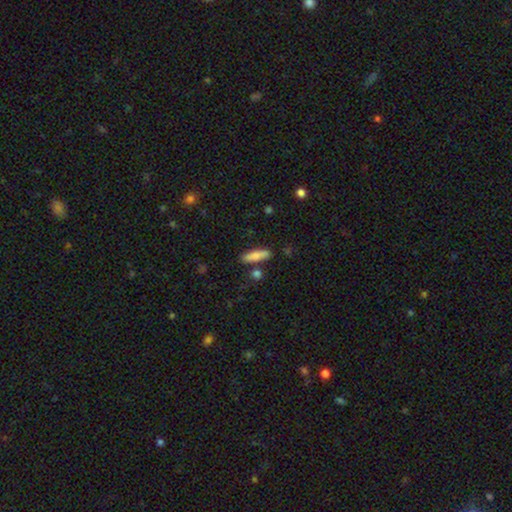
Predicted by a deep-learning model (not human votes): Q: Smooth or featured?
A: smooth (78%); runner-up: featured or disk (15%)
Q: How rounded?
A: cigar-shaped (67%); runner-up: in between (30%)
Q: Merging?
A: none (80%); runner-up: minor disturbance (11%)